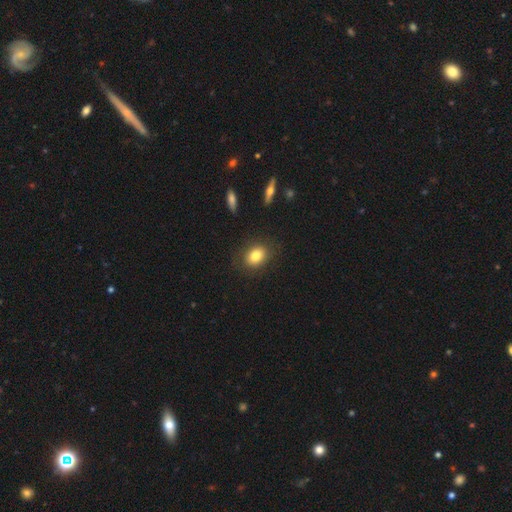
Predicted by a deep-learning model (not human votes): Q: Smooth or featured?
A: smooth (82%); runner-up: featured or disk (9%)
Q: How rounded?
A: in between (61%); runner-up: round (38%)
Q: Merging?
A: none (84%); runner-up: minor disturbance (11%)